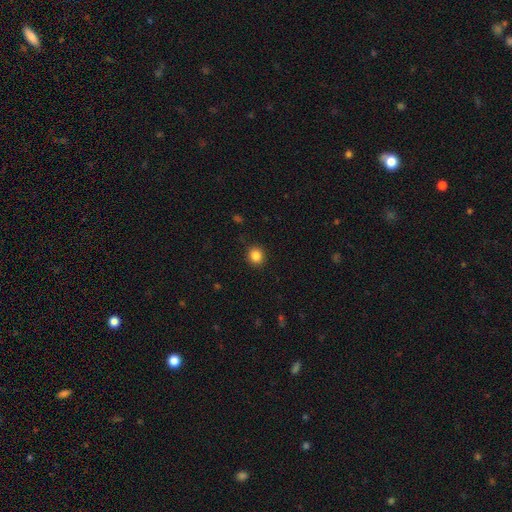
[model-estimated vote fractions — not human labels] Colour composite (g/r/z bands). It shows a smooth galaxy with no disk features (85%) that is round (87%). Merging: none (91%).